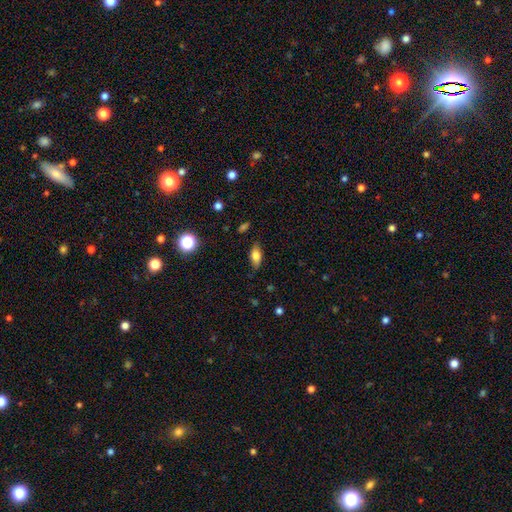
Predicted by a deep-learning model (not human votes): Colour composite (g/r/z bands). It shows a smooth galaxy with no disk features (74%) that is in between round and cigar-shaped (82%). Merging: none (80%).